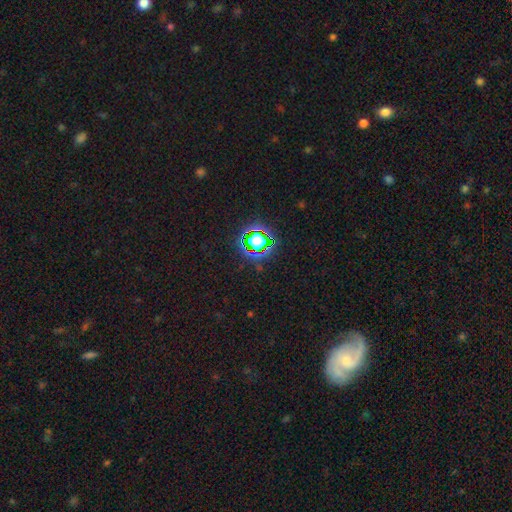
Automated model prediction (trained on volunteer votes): Morphology: type=star or artifact (53%).